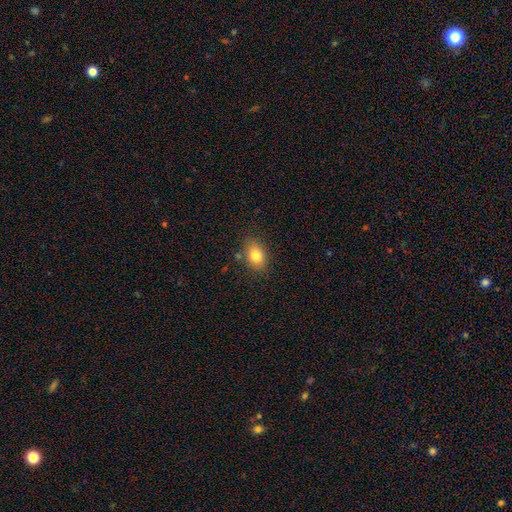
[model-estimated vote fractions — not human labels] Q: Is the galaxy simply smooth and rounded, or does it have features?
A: smooth — 81%.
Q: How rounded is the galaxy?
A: in between — 81%.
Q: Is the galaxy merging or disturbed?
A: none — 81%.